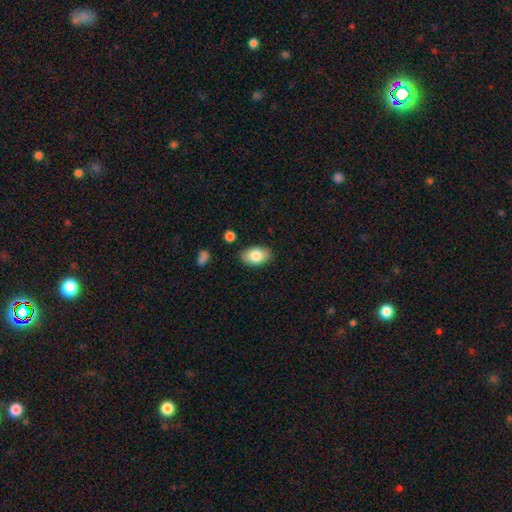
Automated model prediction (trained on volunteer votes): Smooth or featured?
  - smooth: 82% *
  - featured or disk: 11%
  - star or artifact: 7%
How rounded?
  - in between: 90% *
  - round: 8%
  - cigar-shaped: 1%
Merging?
  - none: 85% *
  - minor disturbance: 10%
  - major disturbance: 2%
  - merger: 2%